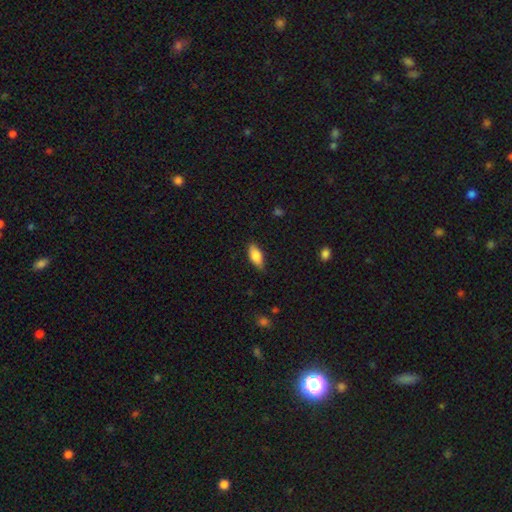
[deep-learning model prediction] Morphology: type=smooth (80%); roundness=in between (84%); merging=none (80%).